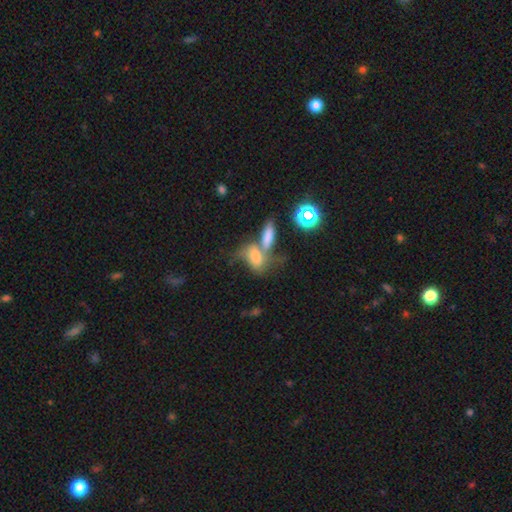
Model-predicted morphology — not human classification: This appears to be a smooth galaxy with no disk features (60%) that is in between round and cigar-shaped (79%). Merging: merger (58%).